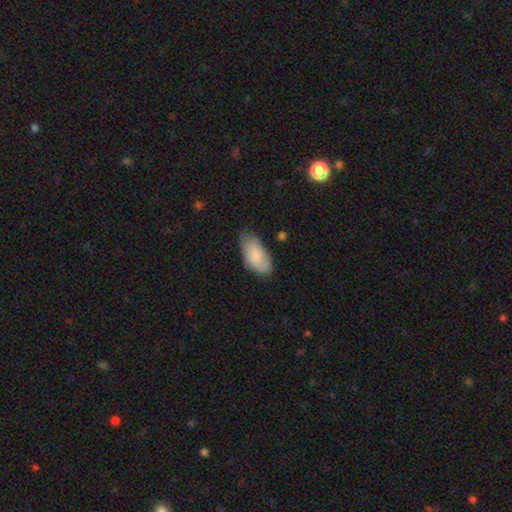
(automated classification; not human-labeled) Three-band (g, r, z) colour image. It shows a smooth galaxy with no disk features (82%) that is in between round and cigar-shaped (93%). Merging: none (59%).